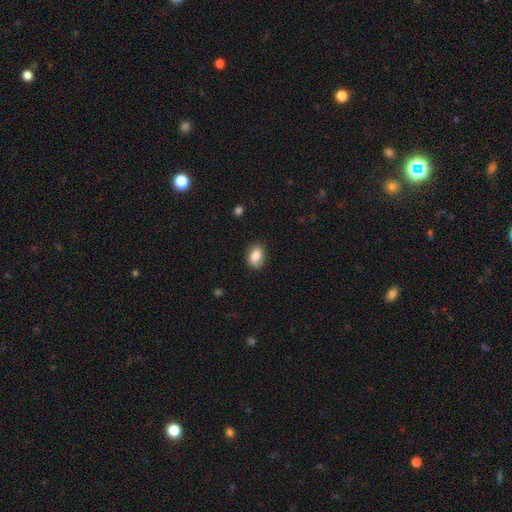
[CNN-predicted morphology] A smooth galaxy with no disk features (82%) that is in between round and cigar-shaped (79%). Merging: none (84%).